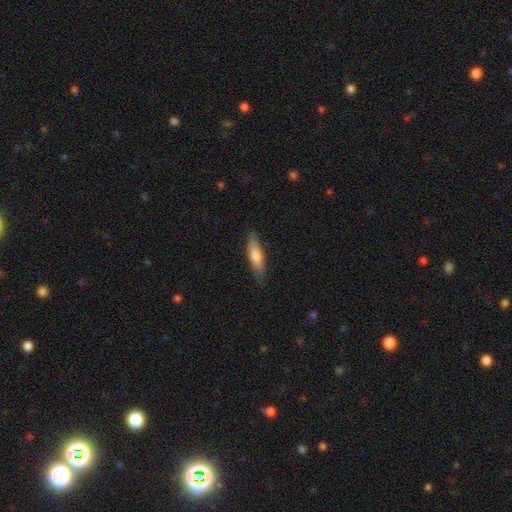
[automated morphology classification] This is likely a smooth galaxy (68%). How rounded: likely cigar-shaped (67%). Merging: clearly none (81%).